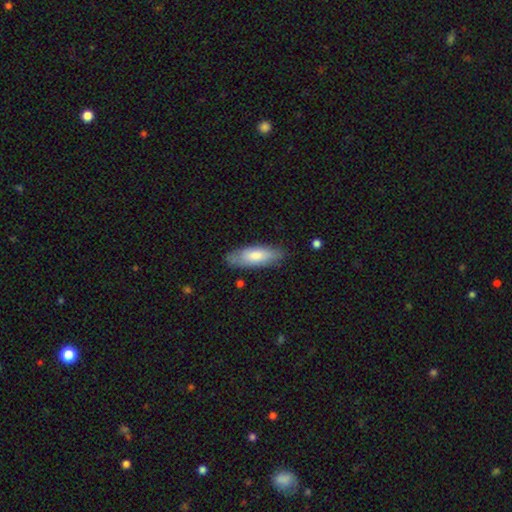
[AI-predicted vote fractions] A smooth galaxy with no disk features (76%) that is in between round and cigar-shaped (65%). Merging: none (81%).